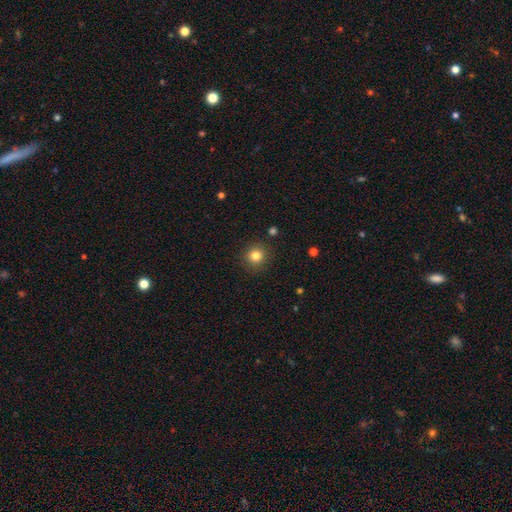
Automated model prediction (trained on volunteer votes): Smooth or featured: smooth — 82% (star or artifact — 12%)
How rounded: round — 91% (in between — 8%)
Merging: none — 89% (minor disturbance — 7%)